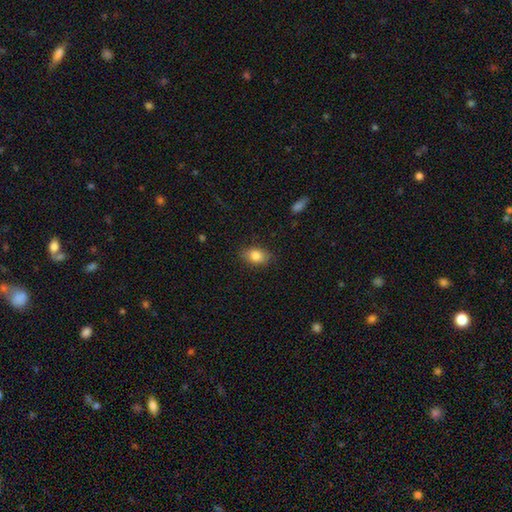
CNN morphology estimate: Smooth or featured? Predicted: smooth (p=0.83). How rounded? Predicted: in between (p=0.80). Merging? Predicted: none (p=0.84).